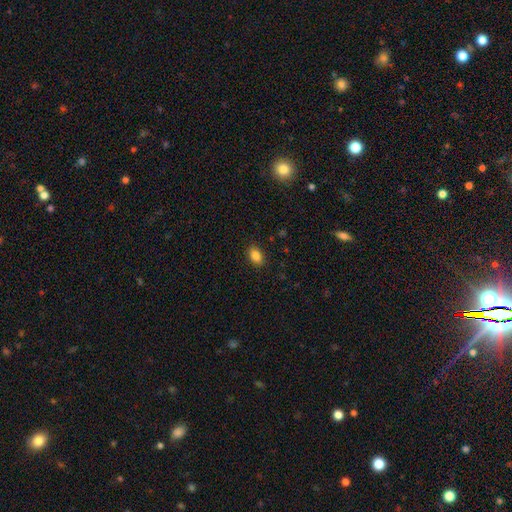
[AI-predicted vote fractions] smooth_or_featured: smooth (p=0.86) [alt: star or artifact p=0.09]
how_rounded: in between (p=0.83) [alt: round p=0.15]
merging: none (p=0.88) [alt: minor disturbance p=0.09]